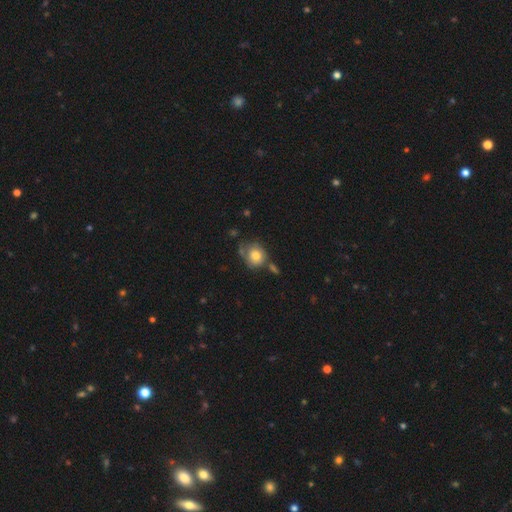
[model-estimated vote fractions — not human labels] Smooth or featured?
  - smooth: 77% *
  - featured or disk: 14%
  - star or artifact: 9%
How rounded?
  - round: 80% *
  - in between: 19%
  - cigar-shaped: 1%
Merging?
  - none: 55% *
  - minor disturbance: 21%
  - merger: 16%
  - major disturbance: 8%